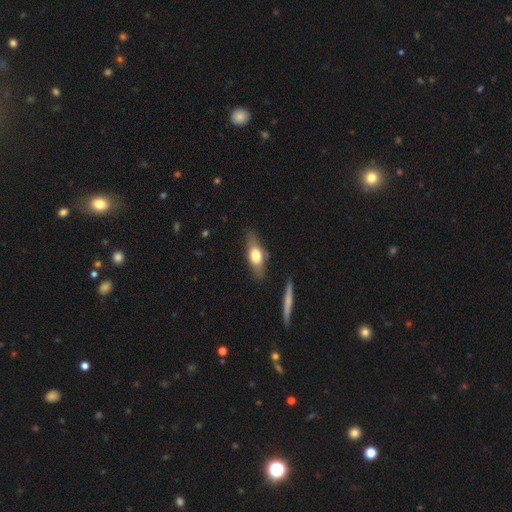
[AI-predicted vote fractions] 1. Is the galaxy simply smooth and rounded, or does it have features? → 59% smooth, 34% featured or disk, 7% star or artifact.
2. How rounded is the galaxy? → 62% in between, 32% cigar-shaped, 6% round.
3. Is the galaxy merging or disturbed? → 78% none, 15% minor disturbance, 4% major disturbance, 3% merger.